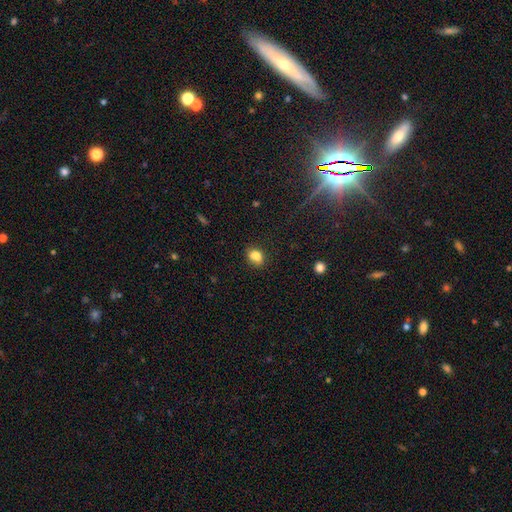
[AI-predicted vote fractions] smooth 81%, star or artifact 11%, featured or disk 8%. Down the decision tree: how rounded — in between (64%); merging — none (64%).